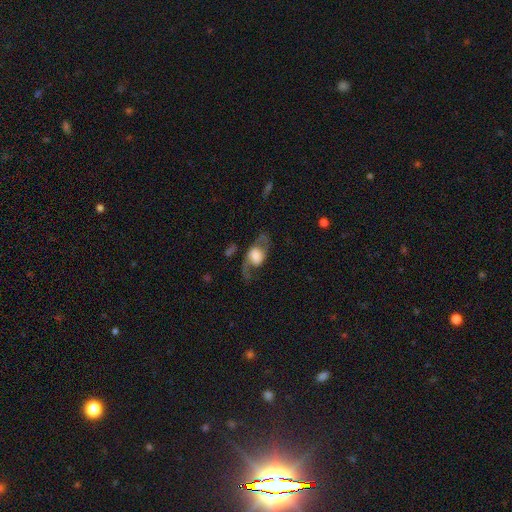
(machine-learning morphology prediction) Smooth or featured?
  - featured or disk: 64% *
  - smooth: 29%
  - star or artifact: 7%
Edge-on disk?
  - no: 90% *
  - yes: 10%
Bar?
  - no: 59% *
  - weak: 31%
  - strong: 10%
Spiral arms?
  - yes: 79% *
  - no: 21%
Bulge size?
  - large: 48% *
  - moderate: 21%
  - dominant: 15%
  - small: 10%
  - none: 6%
Merging?
  - none: 56% *
  - major disturbance: 23%
  - minor disturbance: 18%
  - merger: 2%